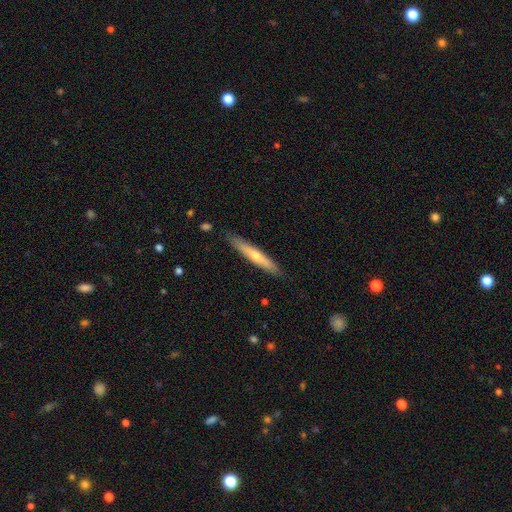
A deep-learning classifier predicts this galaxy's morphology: smooth 50%, featured or disk 45%, star or artifact 5%. Down the decision tree: merging — none (88%).